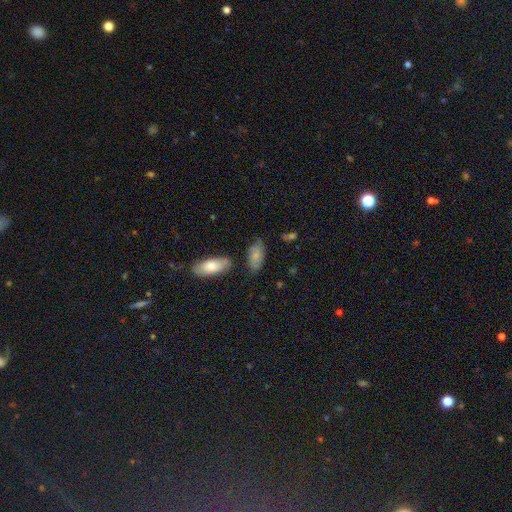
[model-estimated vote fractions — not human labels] This appears to be a smooth galaxy with no disk features (72%) that is in between round and cigar-shaped (91%). Merging: none (67%).